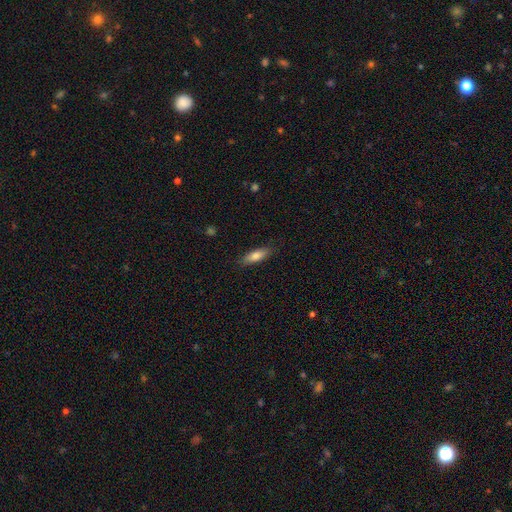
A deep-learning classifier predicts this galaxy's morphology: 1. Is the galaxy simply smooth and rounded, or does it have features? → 79% smooth, 15% featured or disk, 6% star or artifact.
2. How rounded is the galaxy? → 50% in between, 48% cigar-shaped, 2% round.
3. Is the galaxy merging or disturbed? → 86% none, 11% minor disturbance, 2% major disturbance, 1% merger.